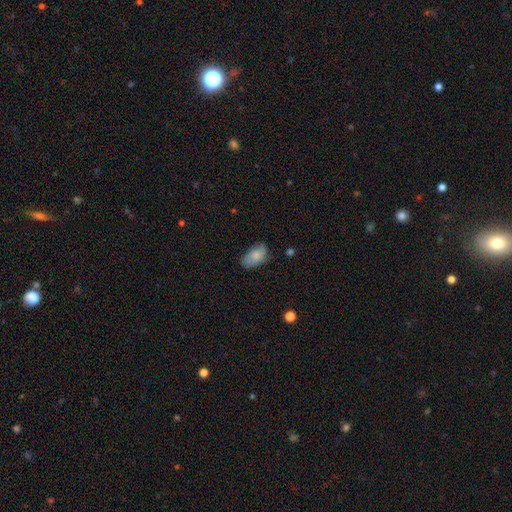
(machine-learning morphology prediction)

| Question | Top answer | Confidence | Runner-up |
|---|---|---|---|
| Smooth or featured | smooth | 77% | featured or disk (16%) |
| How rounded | in between | 93% | round (5%) |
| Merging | none | 61% | minor disturbance (30%) |